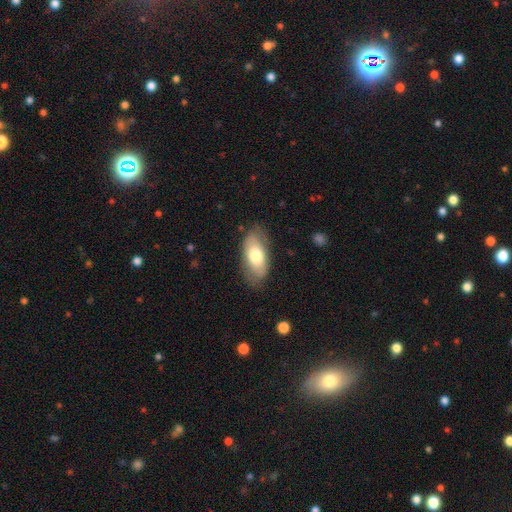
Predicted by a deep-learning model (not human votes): smooth 67%, featured or disk 27%, star or artifact 6%. Down the decision tree: how rounded — in between (90%); merging — none (76%).